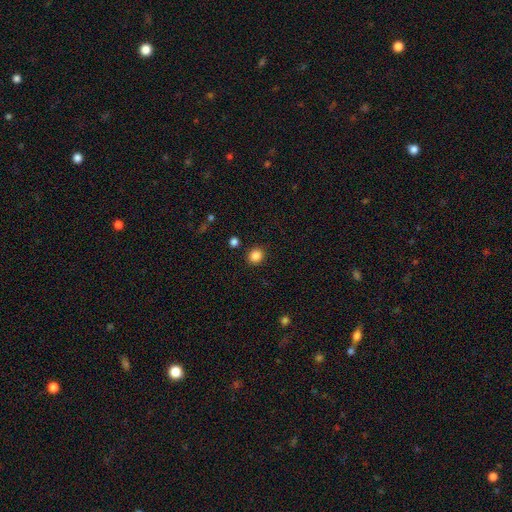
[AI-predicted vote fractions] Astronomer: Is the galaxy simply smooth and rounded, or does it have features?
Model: smooth — 86%.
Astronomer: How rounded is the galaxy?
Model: round — 85%.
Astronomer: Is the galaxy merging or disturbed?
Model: none — 90%.